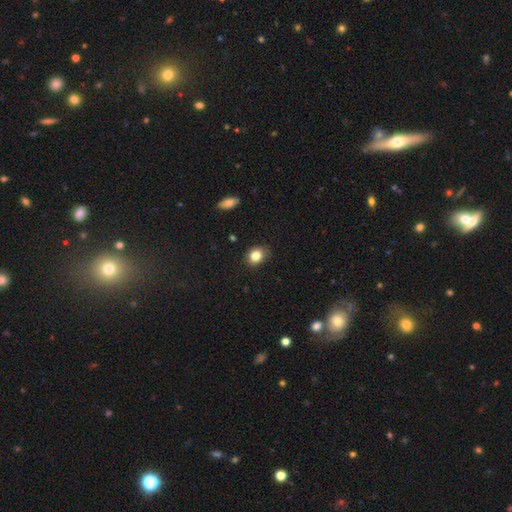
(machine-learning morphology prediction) Smooth or featured: smooth — 83% (star or artifact — 10%)
How rounded: round — 54% (in between — 45%)
Merging: none — 82% (minor disturbance — 14%)